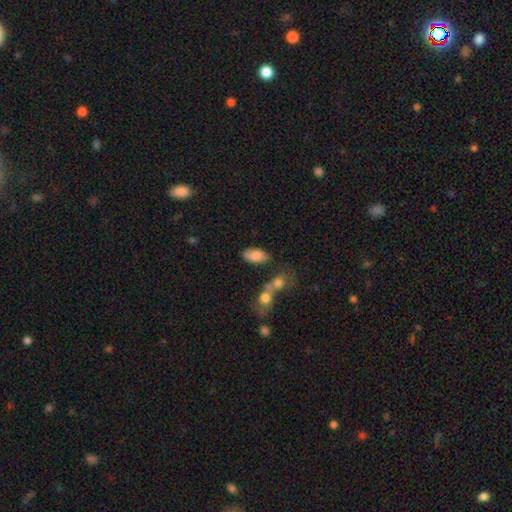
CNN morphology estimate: Smooth or featured? smooth (79%)
How rounded? in between (93%)
Merging? none (66%)